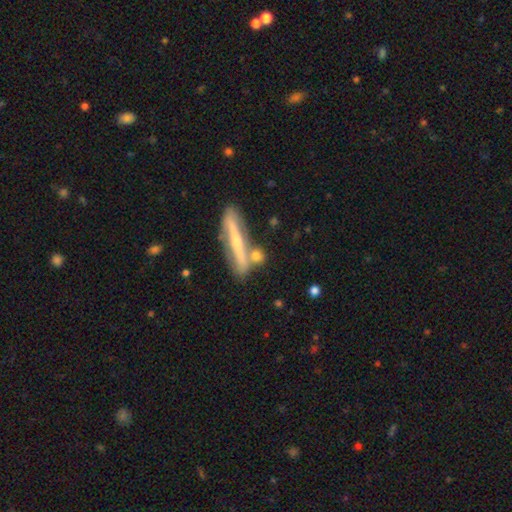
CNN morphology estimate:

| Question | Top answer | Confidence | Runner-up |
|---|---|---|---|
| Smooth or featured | smooth | 50% | featured or disk (42%) |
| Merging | none | 64% | merger (19%) |